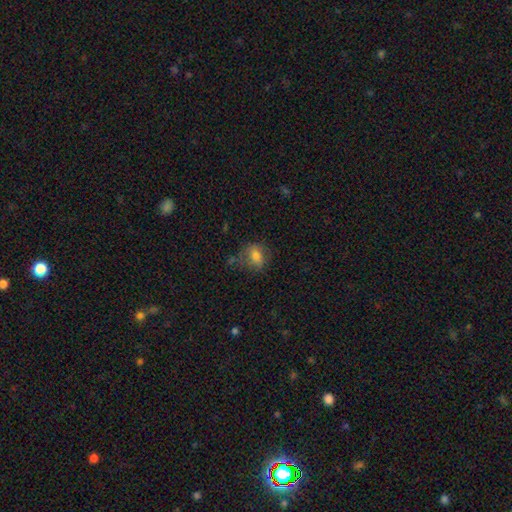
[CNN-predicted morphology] A smooth galaxy with no disk features (69%) that is in between round and cigar-shaped (49%, tied with round). Merging: none (59%).